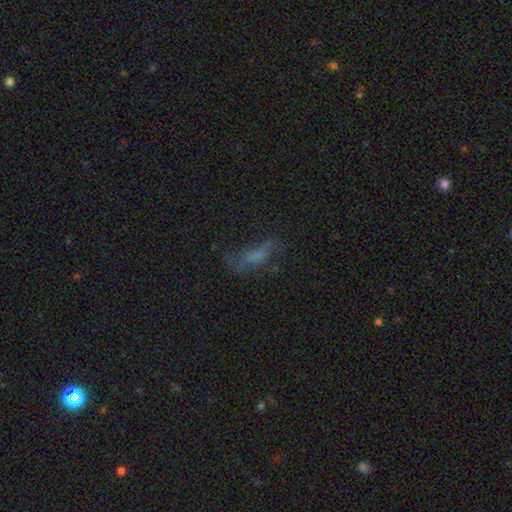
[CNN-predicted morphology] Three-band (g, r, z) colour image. It shows a smooth galaxy with no disk features (43%). Merging: none (43%).